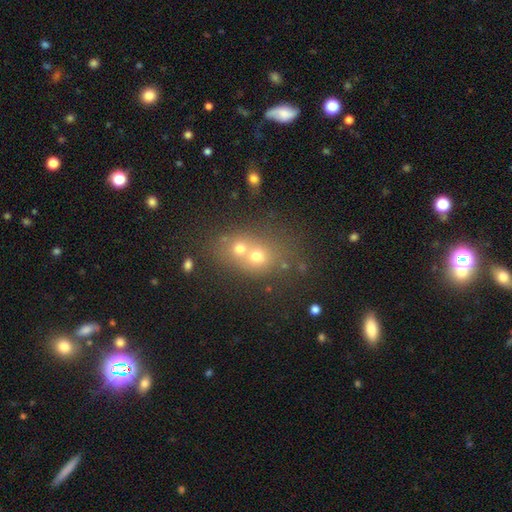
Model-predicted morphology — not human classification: The model was most divided on "merging": merger: 57%, none: 33%, minor disturbance: 7%, major disturbance: 3%. More confident: how rounded — round (64%); smooth or featured — smooth (56%).